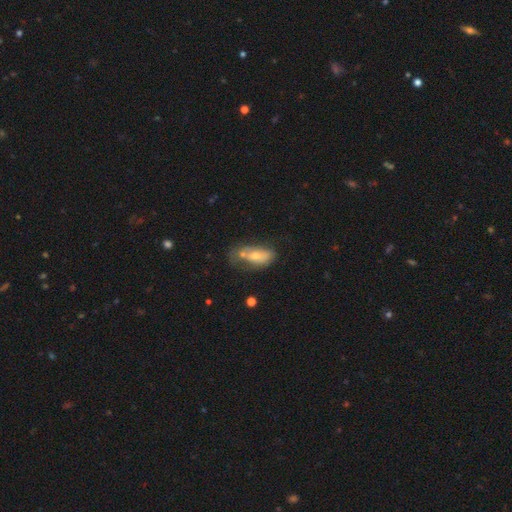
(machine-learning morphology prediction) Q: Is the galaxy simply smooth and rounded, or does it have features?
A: smooth — 55%.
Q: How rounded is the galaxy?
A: in between — 84%.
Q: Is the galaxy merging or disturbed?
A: none — 33%.